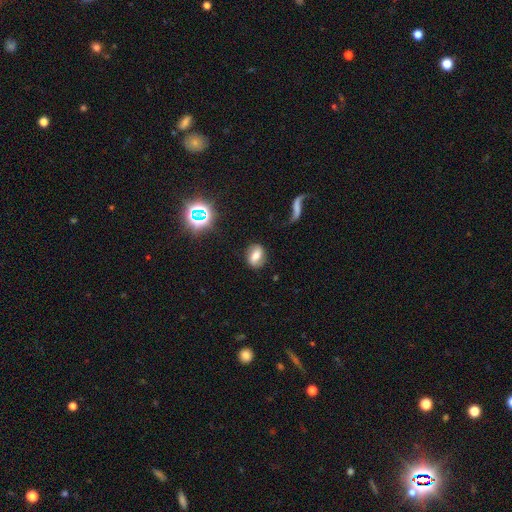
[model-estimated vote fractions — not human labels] Smooth or featured? smooth (58%)
How rounded? in between (64%)
Merging? none (79%)